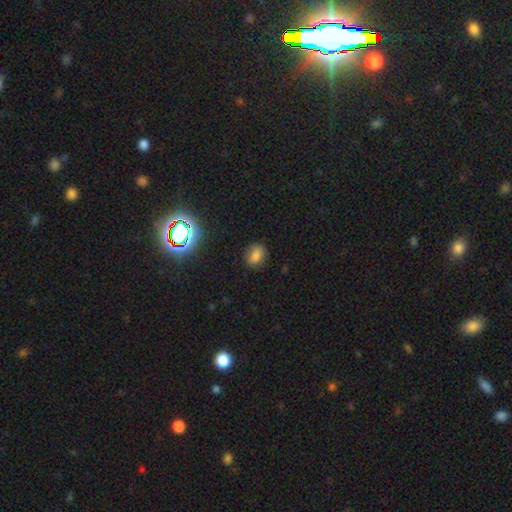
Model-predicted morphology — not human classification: The model was most divided on "how rounded": in between: 58%, round: 41%, cigar-shaped: 1%. More confident: merging — none (82%); smooth or featured — smooth (78%).